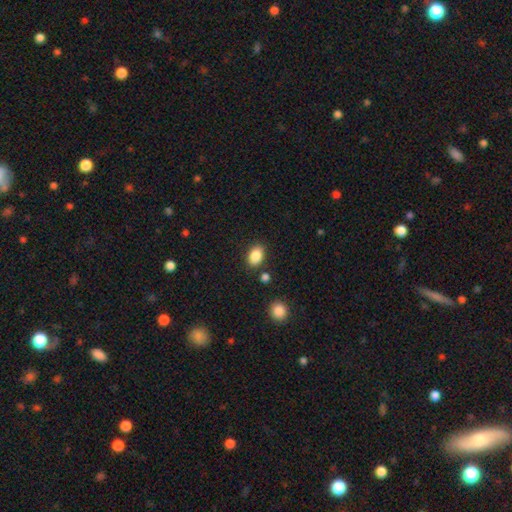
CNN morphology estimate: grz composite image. It shows a smooth galaxy with no disk features (87%) that is in between round and cigar-shaped (80%). Merging: none (83%).